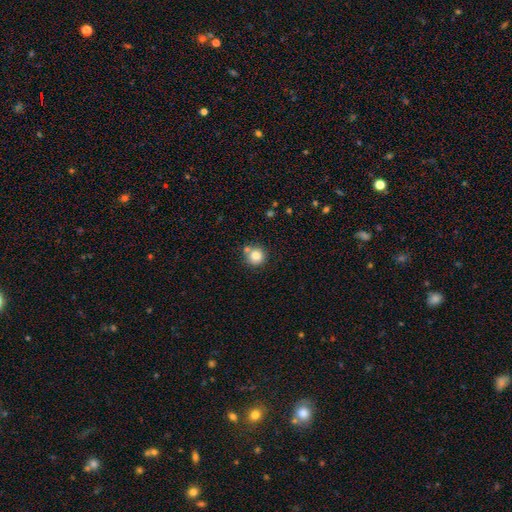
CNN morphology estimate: smooth_or_featured: smooth (p=0.82) [alt: star or artifact p=0.10]
how_rounded: round (p=0.92) [alt: in between p=0.07]
merging: none (p=0.67) [alt: merger p=0.19]